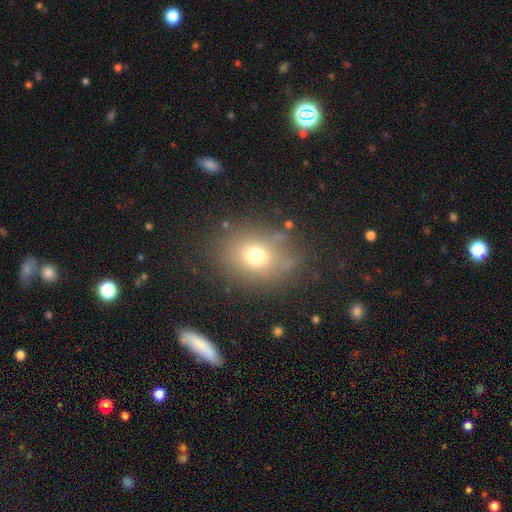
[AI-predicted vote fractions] This is likely a smooth galaxy (70%). How rounded: possibly round (55%). Merging: likely none (75%).